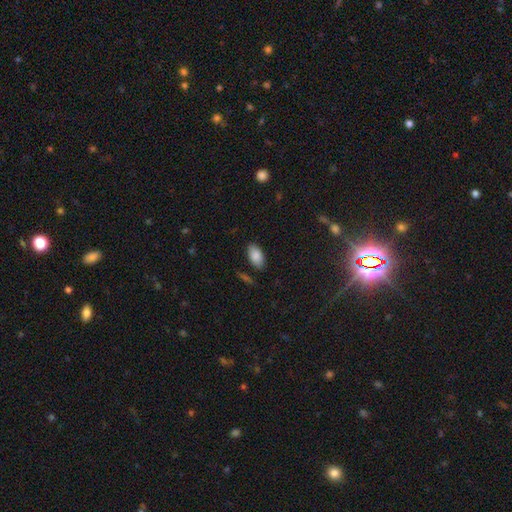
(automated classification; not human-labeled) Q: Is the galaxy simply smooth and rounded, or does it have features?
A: smooth — 87%.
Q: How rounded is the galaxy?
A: in between — 94%.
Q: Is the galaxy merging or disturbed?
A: none — 83%.